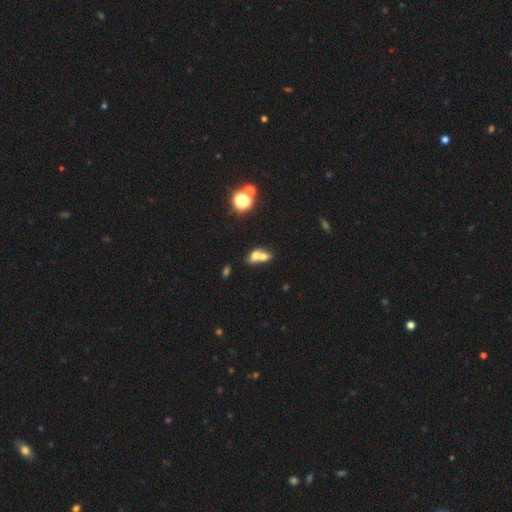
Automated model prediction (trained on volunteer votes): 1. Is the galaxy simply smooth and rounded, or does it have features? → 63% smooth, 22% featured or disk, 14% star or artifact.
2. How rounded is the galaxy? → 59% in between, 38% round, 3% cigar-shaped.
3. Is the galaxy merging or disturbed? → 71% merger, 20% none, 6% minor disturbance, 3% major disturbance.